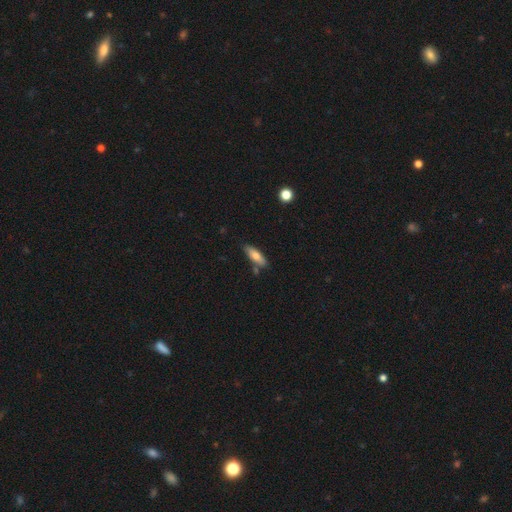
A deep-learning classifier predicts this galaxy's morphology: Smooth or featured?
  - smooth: 71% *
  - featured or disk: 23%
  - star or artifact: 7%
How rounded?
  - in between: 54% *
  - cigar-shaped: 43%
  - round: 2%
Merging?
  - none: 78% *
  - minor disturbance: 13%
  - merger: 6%
  - major disturbance: 2%